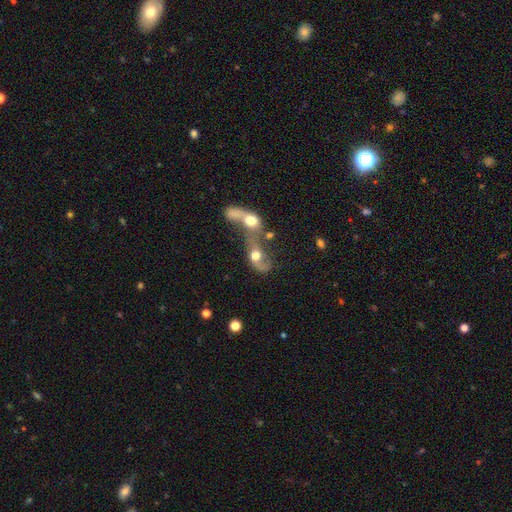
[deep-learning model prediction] Smooth or featured? smooth (47%)
Merging? merger (81%)